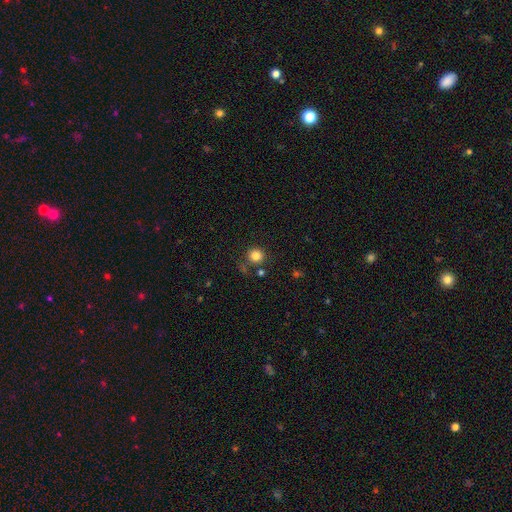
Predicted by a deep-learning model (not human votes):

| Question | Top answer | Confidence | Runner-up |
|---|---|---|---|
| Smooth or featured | smooth | 83% | star or artifact (12%) |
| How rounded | round | 93% | in between (7%) |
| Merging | none | 79% | minor disturbance (10%) |